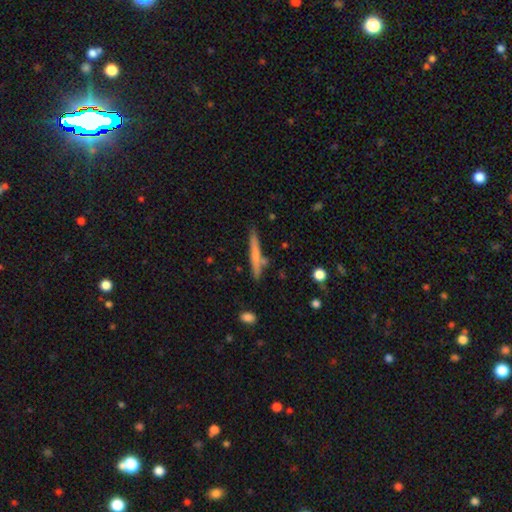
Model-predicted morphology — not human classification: type=smooth (59%); roundness=cigar-shaped (94%); merging=none (75%).